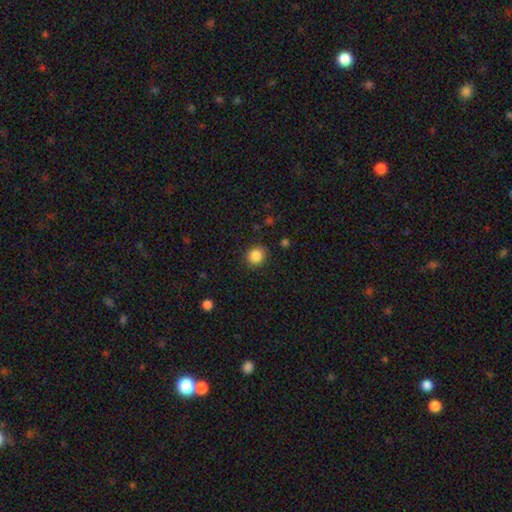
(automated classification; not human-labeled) Smooth or featured? Predicted: smooth (p=0.86). How rounded? Predicted: round (p=0.88). Merging? Predicted: none (p=0.88).